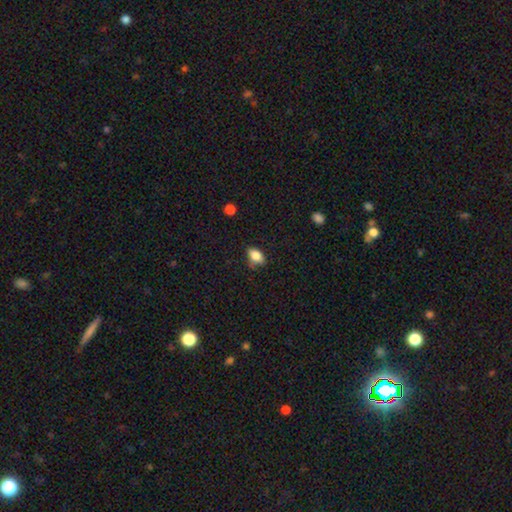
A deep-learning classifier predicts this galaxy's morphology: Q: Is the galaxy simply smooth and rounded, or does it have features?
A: smooth — 83%.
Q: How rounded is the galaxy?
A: in between — 84%.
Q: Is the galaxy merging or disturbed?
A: none — 61%.